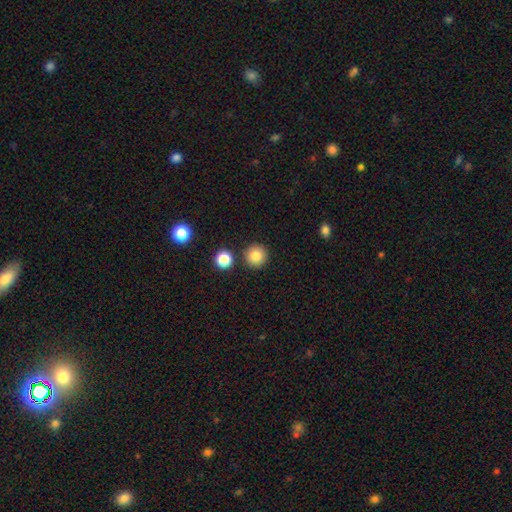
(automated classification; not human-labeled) Smooth or featured: smooth — 83% (star or artifact — 11%)
How rounded: round — 95% (in between — 4%)
Merging: none — 87% (minor disturbance — 6%)